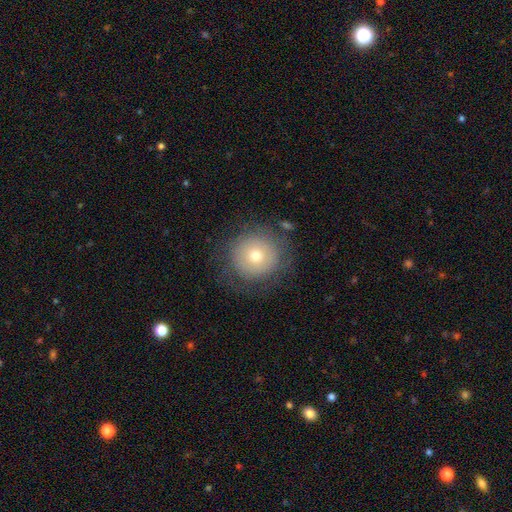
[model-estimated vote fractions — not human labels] smooth 56%, featured or disk 30%, star or artifact 14%. Down the decision tree: how rounded — round (91%); merging — none (80%).